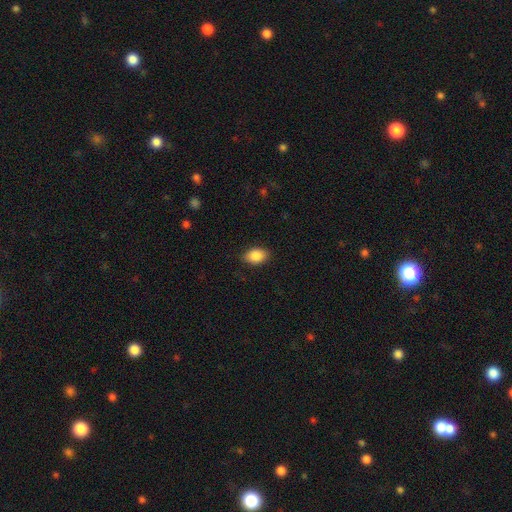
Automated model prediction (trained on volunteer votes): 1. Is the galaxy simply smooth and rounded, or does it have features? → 88% smooth, 7% star or artifact, 4% featured or disk.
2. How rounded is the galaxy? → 84% in between, 15% round, 1% cigar-shaped.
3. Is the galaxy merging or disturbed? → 87% none, 10% minor disturbance, 2% major disturbance, 1% merger.